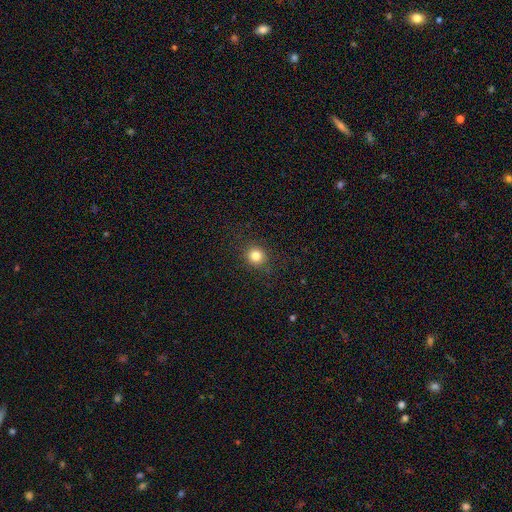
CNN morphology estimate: The model was most divided on "smooth or featured": smooth: 82%, star or artifact: 12%, featured or disk: 6%. More confident: merging — none (90%); how rounded — round (88%).